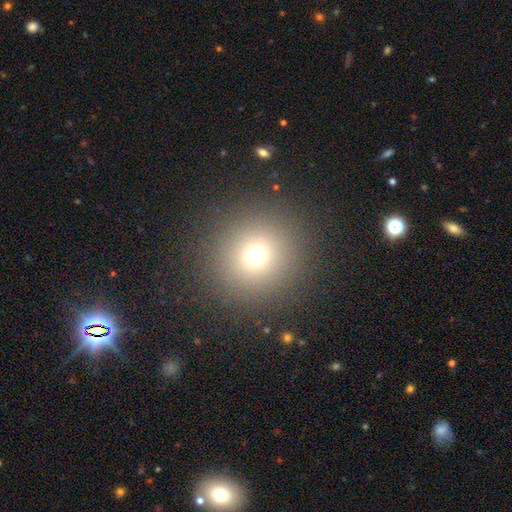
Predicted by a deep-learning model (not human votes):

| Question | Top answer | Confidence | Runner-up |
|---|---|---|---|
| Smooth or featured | smooth | 69% | star or artifact (20%) |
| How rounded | round | 94% | in between (5%) |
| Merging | none | 90% | minor disturbance (6%) |